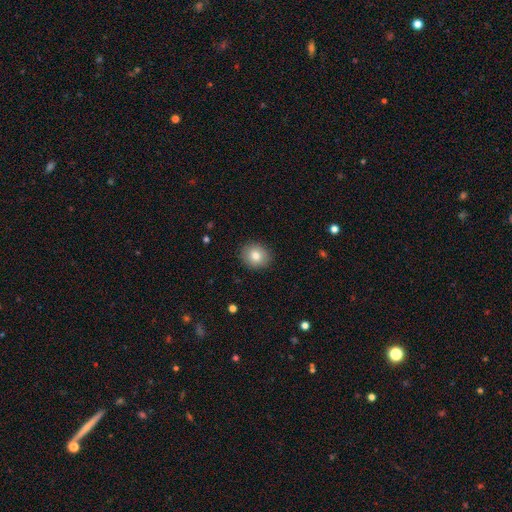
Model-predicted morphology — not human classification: The model was most divided on "how rounded": round: 75%, in between: 24%, cigar-shaped: 1%. More confident: merging — none (90%); smooth or featured — smooth (81%).